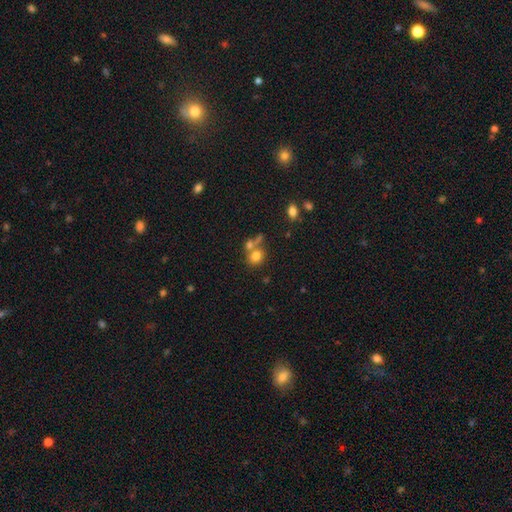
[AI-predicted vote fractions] smooth 77%, star or artifact 12%, featured or disk 11%. Down the decision tree: how rounded — round (61%); merging — none (47%).